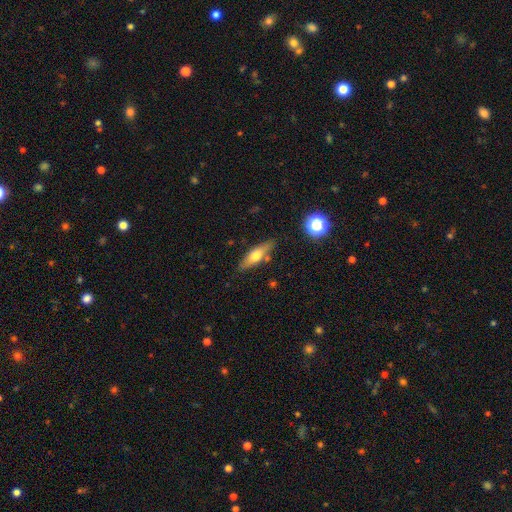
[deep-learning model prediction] Smooth or featured: smooth — 52% (featured or disk — 40%)
How rounded: cigar-shaped — 55% (in between — 42%)
Merging: none — 80% (minor disturbance — 13%)